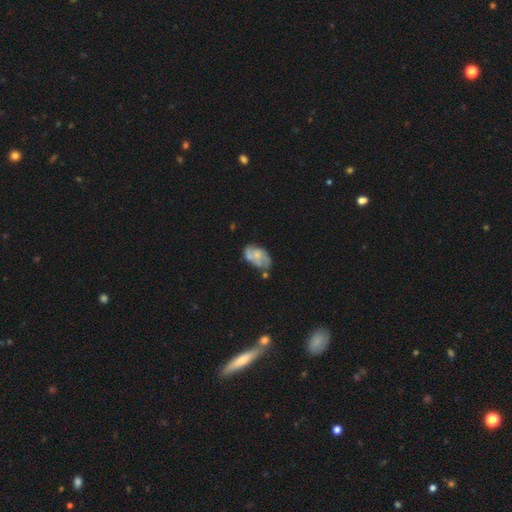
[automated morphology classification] featured or disk 51%, smooth 41%, star or artifact 7%. Down the decision tree: edge-on disk — no (96%); merging — none (42%).